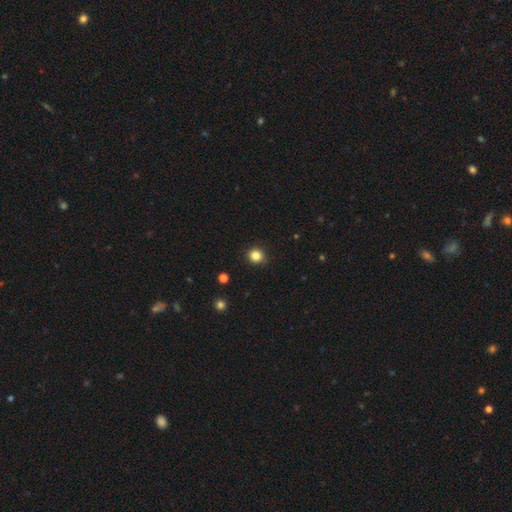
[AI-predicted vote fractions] A smooth galaxy with no disk features (84%) that is round (91%).

Vote fractions:
- Smooth or featured? smooth: 84% / star or artifact: 12% / featured or disk: 4%
- How rounded? round: 91% / in between: 8% / cigar-shaped: 1%
- Merging? none: 91% / minor disturbance: 6% / major disturbance: 2% / merger: 1%